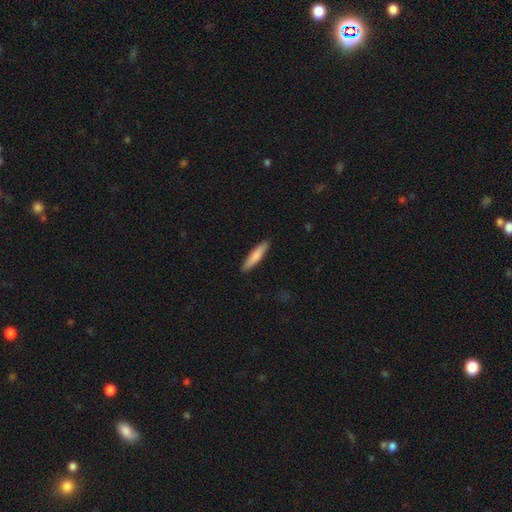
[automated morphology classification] The model was most divided on "how rounded": cigar-shaped: 85%, in between: 14%, round: 1%. More confident: merging — none (90%); smooth or featured — smooth (83%).